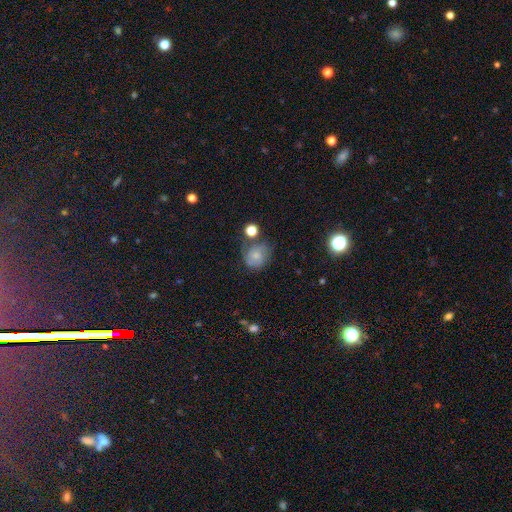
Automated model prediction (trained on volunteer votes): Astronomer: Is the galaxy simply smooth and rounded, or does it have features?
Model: smooth — 52% (runner-up: featured or disk, 36%).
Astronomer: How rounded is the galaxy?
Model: round — 75%.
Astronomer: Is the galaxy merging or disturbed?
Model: none — 56%.